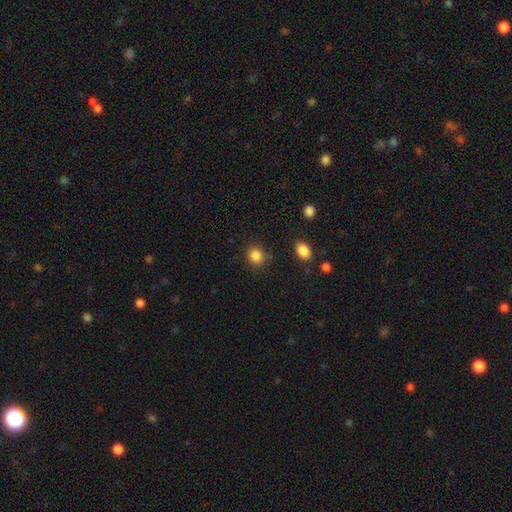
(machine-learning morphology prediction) This appears to be a smooth galaxy with no disk features (86%) that is round (76%). Merging: none (79%).